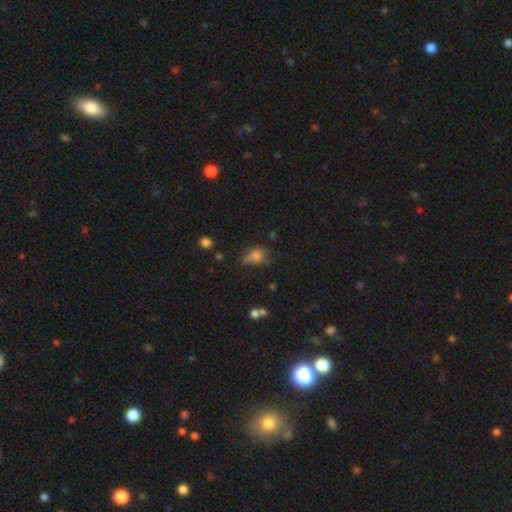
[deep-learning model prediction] Morphology: type=smooth (73%); roundness=in between (64%); merging=minor disturbance (36%).